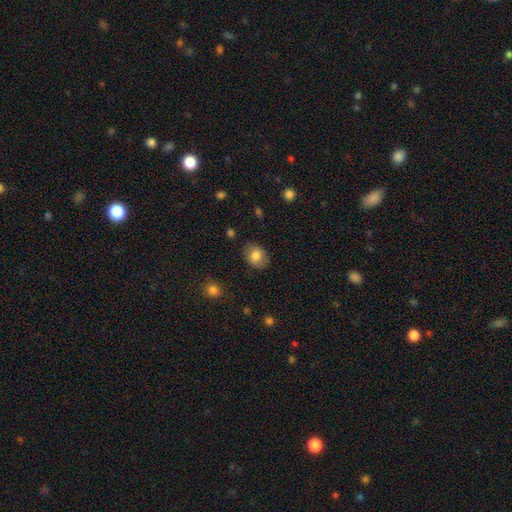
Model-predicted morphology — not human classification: Q: Smooth or featured?
A: smooth (81%); runner-up: featured or disk (11%)
Q: How rounded?
A: in between (61%); runner-up: round (38%)
Q: Merging?
A: none (82%); runner-up: minor disturbance (14%)